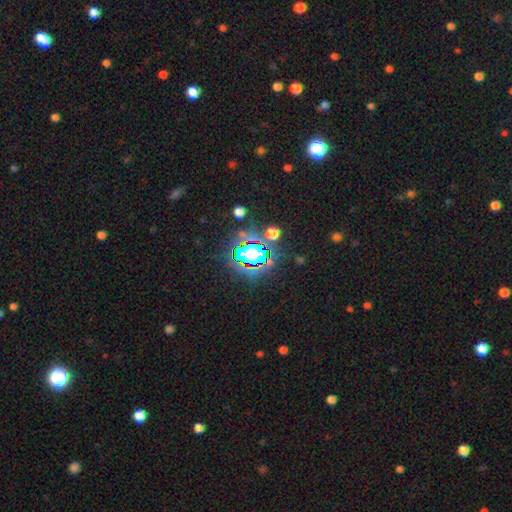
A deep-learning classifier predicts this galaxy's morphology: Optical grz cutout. It shows a star or artifact, not a galaxy (69%).